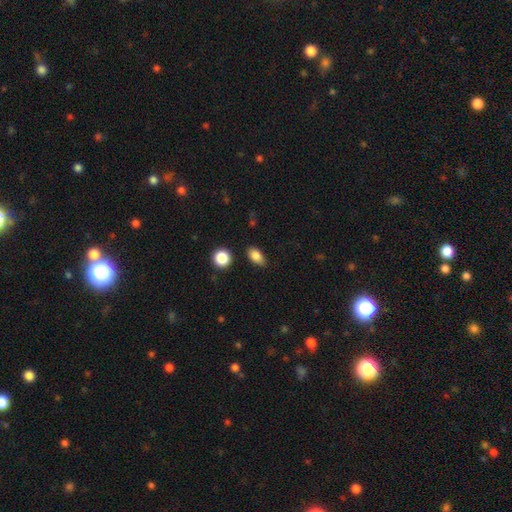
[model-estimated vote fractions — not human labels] Q: Smooth or featured?
A: smooth (84%); runner-up: star or artifact (10%)
Q: How rounded?
A: in between (84%); runner-up: round (13%)
Q: Merging?
A: none (76%); runner-up: minor disturbance (18%)